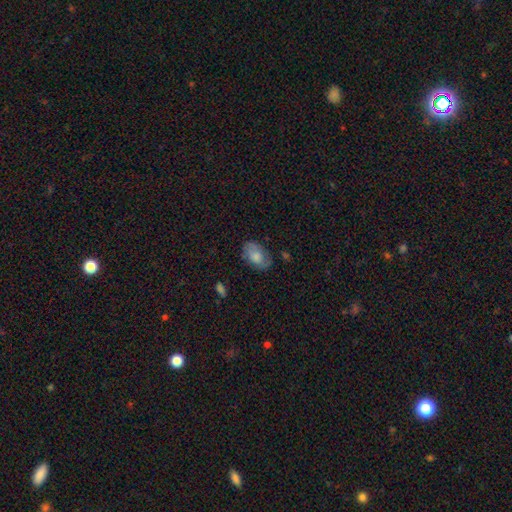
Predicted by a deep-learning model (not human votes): Morphology: type=smooth (68%); roundness=in between (90%); merging=none (64%).